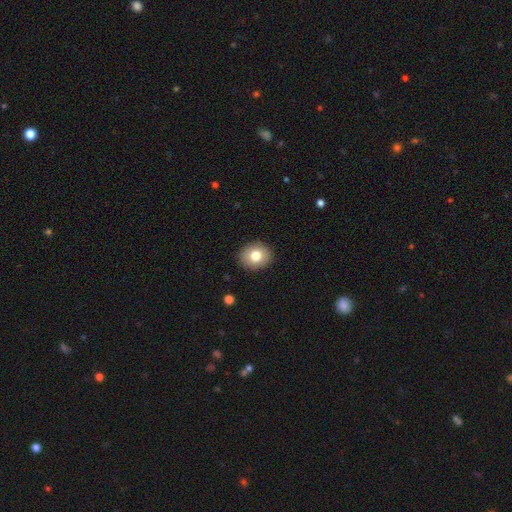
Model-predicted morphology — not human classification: Smooth or featured? Predicted: smooth (p=0.79). How rounded? Predicted: round (p=0.67). Merging? Predicted: none (p=0.90).